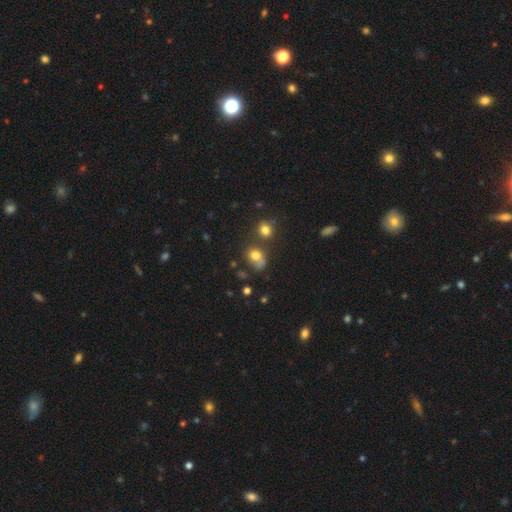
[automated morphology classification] smooth_or_featured: smooth (p=0.73) [alt: star or artifact p=0.15]
how_rounded: in between (p=0.53) [alt: round p=0.46]
merging: none (p=0.39) [alt: merger p=0.24]